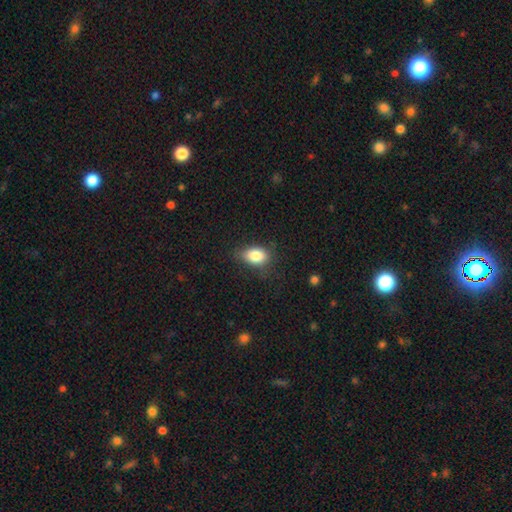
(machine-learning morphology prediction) Smooth or featured? smooth (84%)
How rounded? in between (82%)
Merging? none (70%)